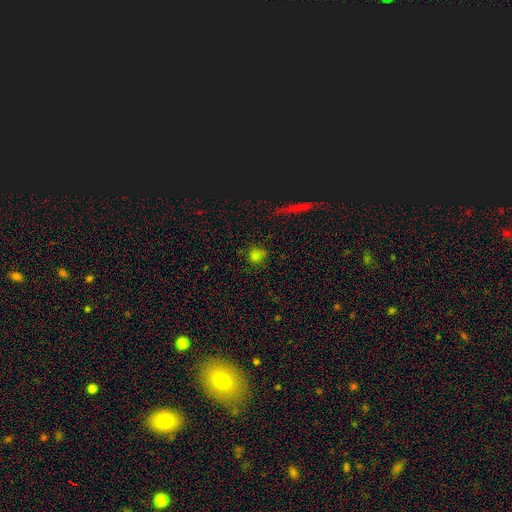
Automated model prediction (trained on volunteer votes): The model was most divided on "smooth or featured": smooth: 72%, star or artifact: 21%, featured or disk: 7%. More confident: how rounded — round (81%); merging — none (72%).